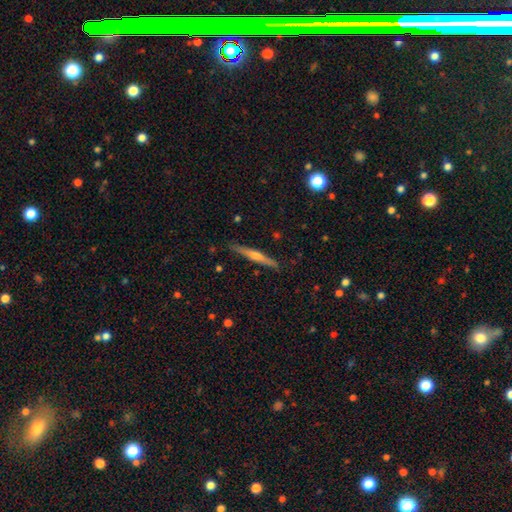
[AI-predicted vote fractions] A featured or disk galaxy (61%) viewed edge-on (98%) with a rounded central bulge (75%).

Vote fractions:
- Smooth or featured? featured or disk: 61% / smooth: 33% / star or artifact: 6%
- Edge-on disk? yes: 98% / no: 2%
- Edge-on bulge? rounded: 75% / none: 16% / boxy: 9%
- Merging? none: 89% / minor disturbance: 8% / major disturbance: 1% / merger: 1%